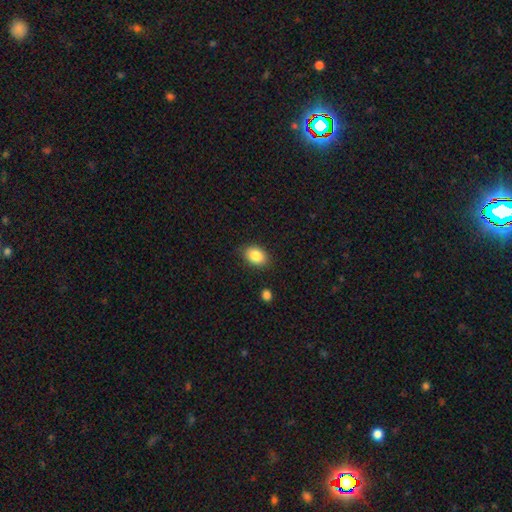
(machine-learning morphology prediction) Overall: smooth (86%). How rounded: in between (76%). Merging: none (85%).